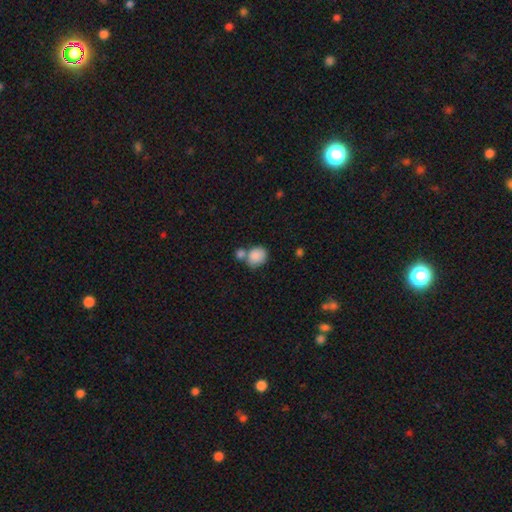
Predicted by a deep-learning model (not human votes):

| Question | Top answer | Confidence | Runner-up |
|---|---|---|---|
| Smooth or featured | smooth | 86% | star or artifact (8%) |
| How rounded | round | 68% | in between (31%) |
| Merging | none | 42% | merger (40%) |